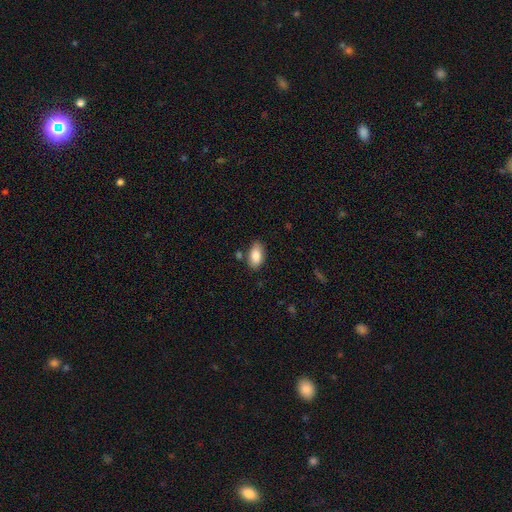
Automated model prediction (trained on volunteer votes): This is clearly a smooth galaxy (86%). How rounded: clearly in between (93%). Merging: likely none (76%).